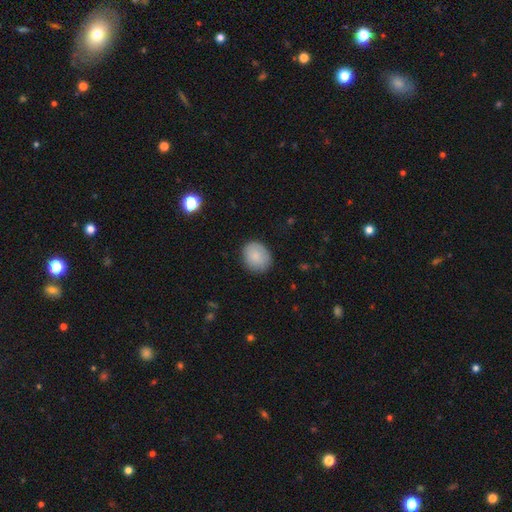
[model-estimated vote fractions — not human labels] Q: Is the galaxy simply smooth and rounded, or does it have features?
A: smooth — 83%.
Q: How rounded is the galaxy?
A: round — 57%.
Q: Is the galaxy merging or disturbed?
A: none — 82%.